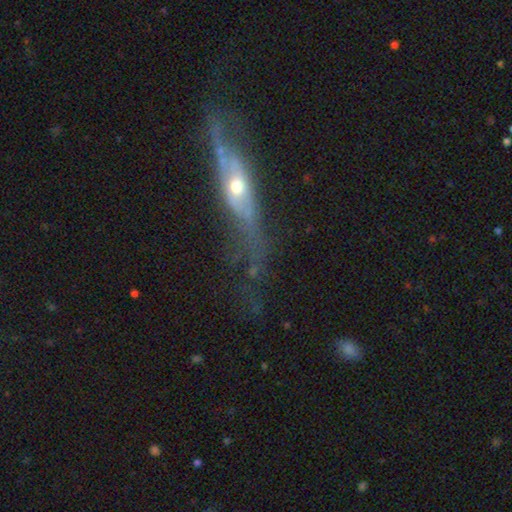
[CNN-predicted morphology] This is likely a featured or disk galaxy (78%). It is likely viewed edge-on (67%). Edge-on bulge: clearly rounded (86%). Merging: possibly none (58%).